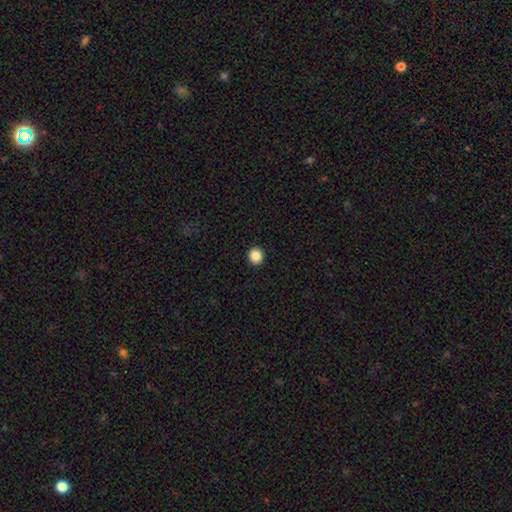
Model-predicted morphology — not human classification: Smooth or featured?
  - smooth: 86% *
  - star or artifact: 10%
  - featured or disk: 4%
How rounded?
  - round: 91% *
  - in between: 9%
  - cigar-shaped: 1%
Merging?
  - none: 94% *
  - minor disturbance: 4%
  - major disturbance: 1%
  - merger: 1%